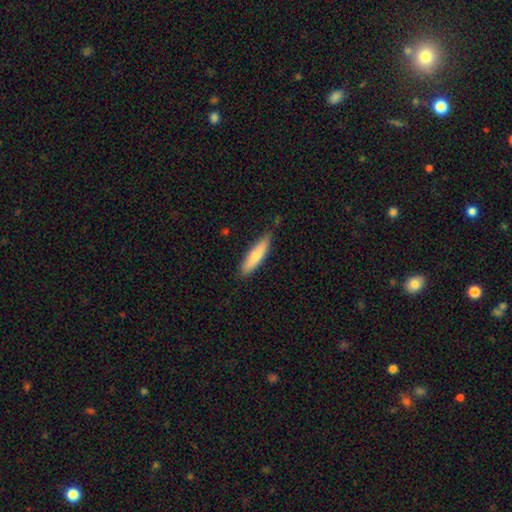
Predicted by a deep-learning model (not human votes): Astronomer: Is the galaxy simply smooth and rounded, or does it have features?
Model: smooth — 74%.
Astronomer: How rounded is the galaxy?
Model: cigar-shaped — 75%.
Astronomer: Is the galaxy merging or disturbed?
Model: none — 81%.